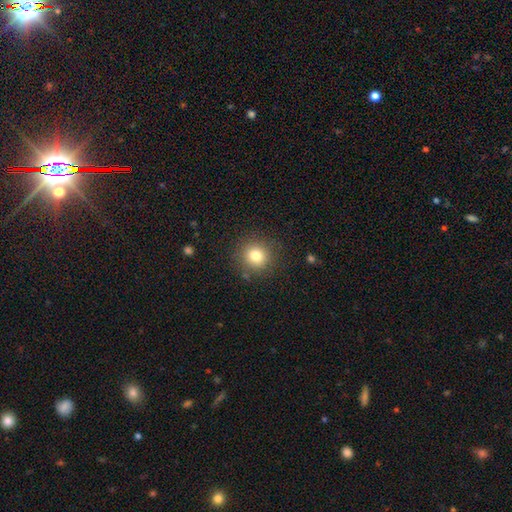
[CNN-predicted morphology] smooth-or-featured: smooth: 79% | star or artifact: 13% | featured or disk: 8%
  how-rounded: round: 91% | in between: 8% | cigar-shaped: 1%
  merging: none: 87% | minor disturbance: 8% | major disturbance: 3% | merger: 2%